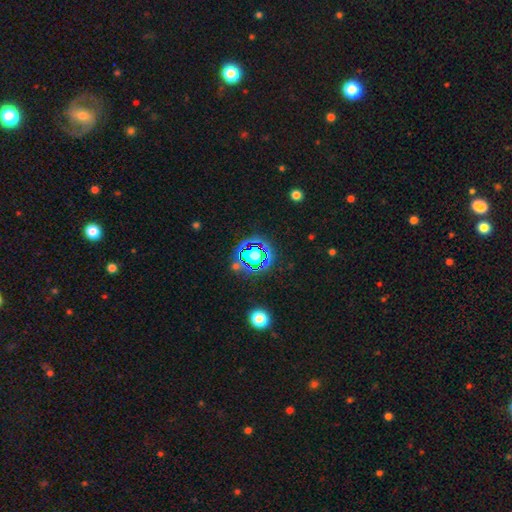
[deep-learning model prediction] smooth-or-featured: star or artifact: 60% | smooth: 27% | featured or disk: 13%